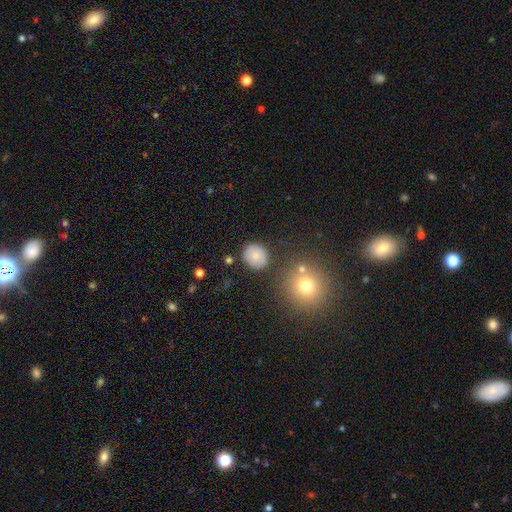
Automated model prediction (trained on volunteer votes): Morphology: type=smooth (82%); roundness=round (74%); merging=none (84%).